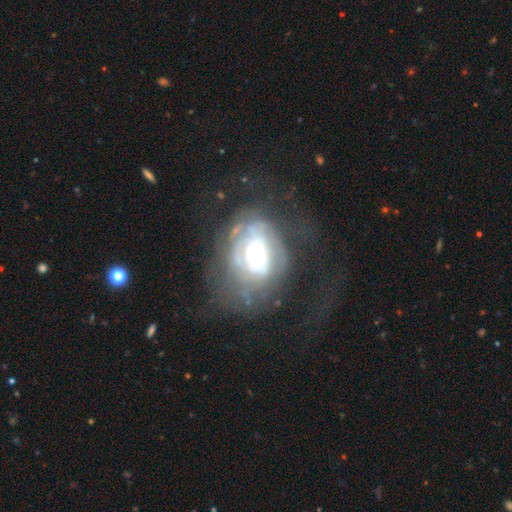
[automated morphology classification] Smooth or featured?
  - featured or disk: 72% *
  - smooth: 20%
  - star or artifact: 8%
Edge-on disk?
  - no: 96% *
  - yes: 4%
Bar?
  - no: 73% *
  - weak: 19%
  - strong: 7%
Spiral arms?
  - yes: 60% *
  - no: 40%
Bulge size?
  - moderate: 56% *
  - small: 28%
  - large: 12%
  - dominant: 2%
  - none: 1%
Merging?
  - none: 44% *
  - major disturbance: 32%
  - minor disturbance: 21%
  - merger: 3%